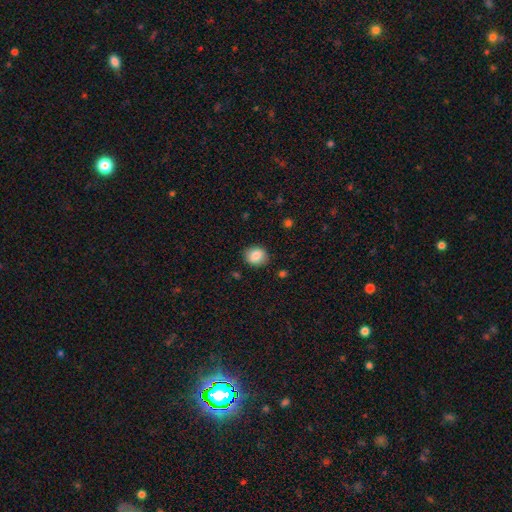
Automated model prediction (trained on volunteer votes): This appears to be a smooth galaxy with no disk features (85%) that is round (65%). Merging: none (86%).